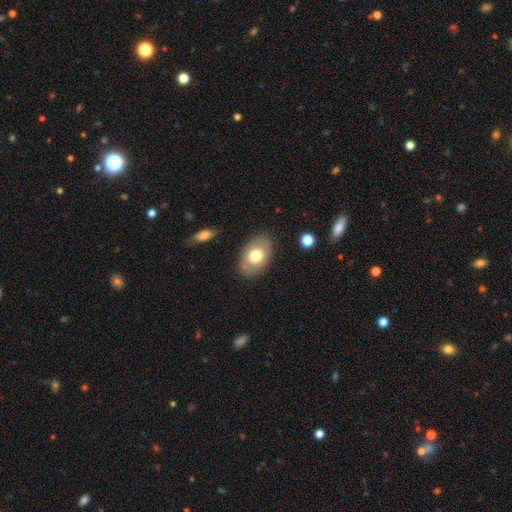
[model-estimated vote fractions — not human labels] Smooth or featured?
  - smooth: 68% *
  - featured or disk: 25%
  - star or artifact: 7%
How rounded?
  - in between: 86% *
  - round: 13%
  - cigar-shaped: 1%
Merging?
  - none: 83% *
  - minor disturbance: 12%
  - major disturbance: 3%
  - merger: 2%